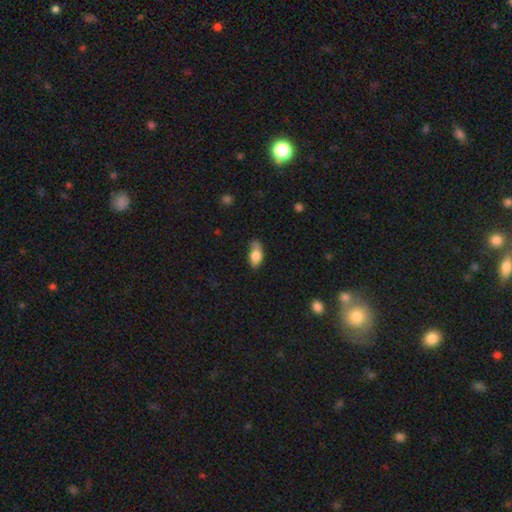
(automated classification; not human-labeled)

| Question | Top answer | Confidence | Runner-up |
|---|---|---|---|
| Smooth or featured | smooth | 76% | featured or disk (16%) |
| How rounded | in between | 86% | cigar-shaped (10%) |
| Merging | none | 56% | minor disturbance (33%) |